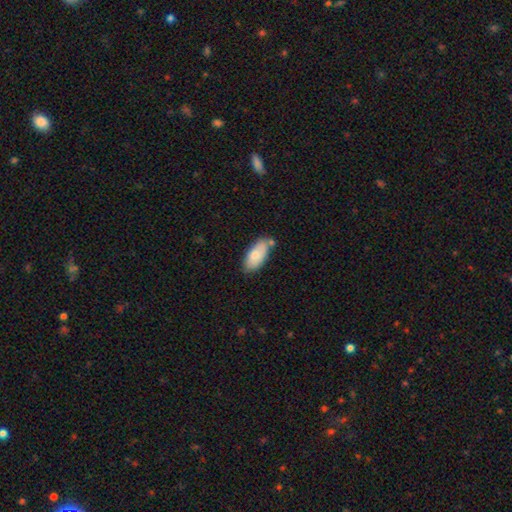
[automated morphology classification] The model was most divided on "merging": none: 66%, minor disturbance: 21%, merger: 9%, major disturbance: 4%. More confident: how rounded — in between (90%); smooth or featured — smooth (78%).